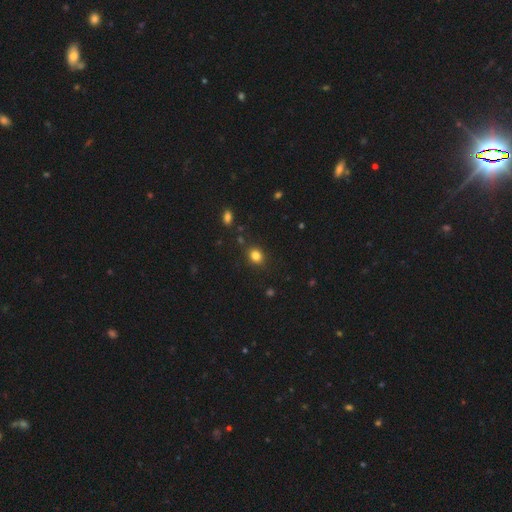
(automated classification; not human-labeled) This is clearly a smooth galaxy (82%). How rounded: likely round (62%). Merging: clearly none (86%).